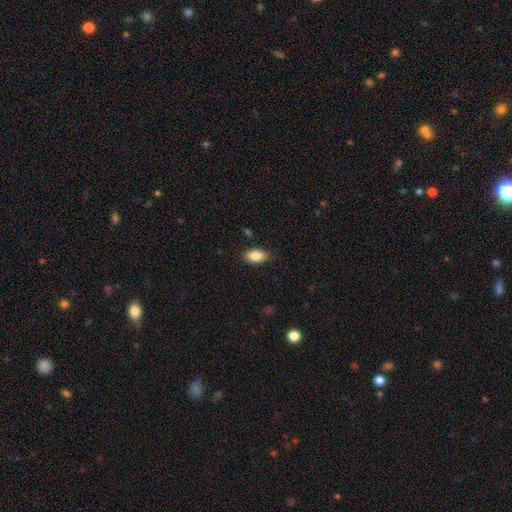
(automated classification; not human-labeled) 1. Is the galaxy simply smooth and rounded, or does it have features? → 86% smooth, 7% star or artifact, 7% featured or disk.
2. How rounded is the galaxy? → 92% in between, 5% round, 3% cigar-shaped.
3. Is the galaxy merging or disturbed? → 87% none, 9% minor disturbance, 2% major disturbance, 1% merger.